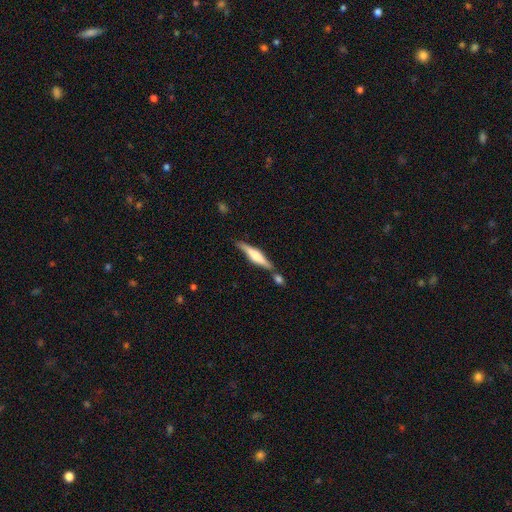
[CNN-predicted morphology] smooth_or_featured: featured or disk (p=0.58) [alt: smooth p=0.36]
disk_edge_on: yes (p=0.96) [alt: no p=0.04]
edge_on_bulge: rounded (p=0.73) [alt: boxy p=0.20]
merging: none (p=0.69) [alt: merger p=0.14]